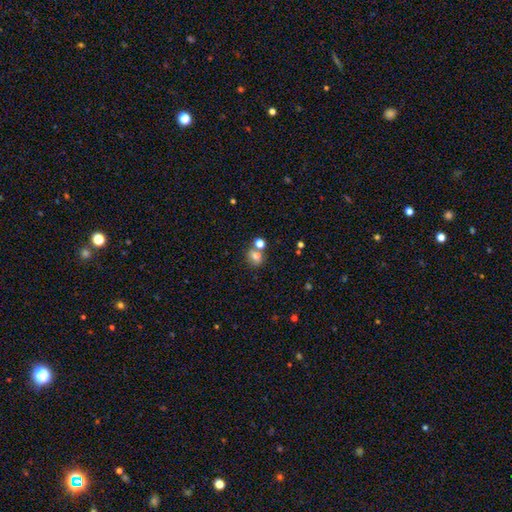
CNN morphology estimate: Overall: smooth (73%). How rounded: round (60%; in between 39%). Merging: none (52%; merger 31%).